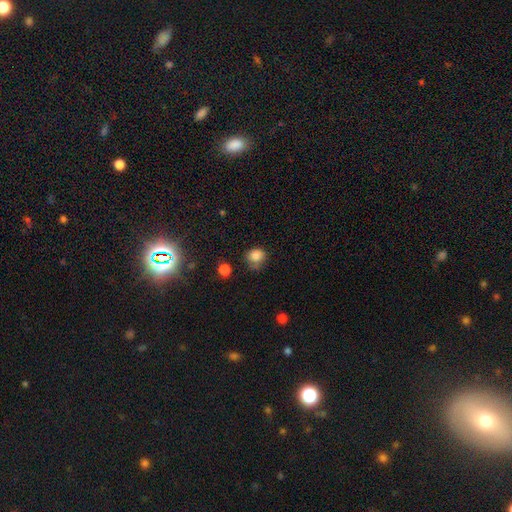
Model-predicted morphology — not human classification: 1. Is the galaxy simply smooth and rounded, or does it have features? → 81% smooth, 11% star or artifact, 7% featured or disk.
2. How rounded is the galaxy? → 73% round, 26% in between, 1% cigar-shaped.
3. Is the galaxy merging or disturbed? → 60% none, 28% minor disturbance, 8% major disturbance, 4% merger.